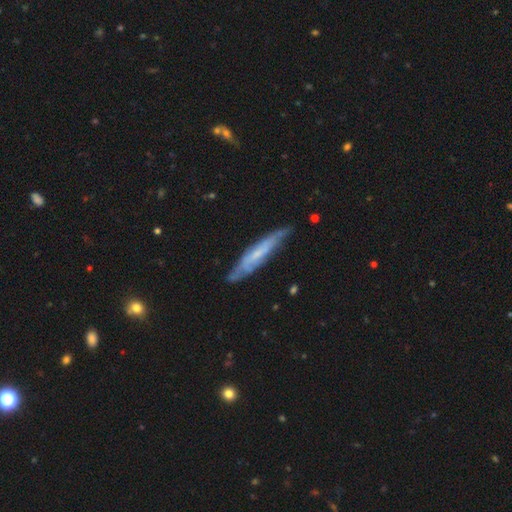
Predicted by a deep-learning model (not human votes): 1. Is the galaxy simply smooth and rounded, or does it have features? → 54% featured or disk, 37% smooth, 9% star or artifact.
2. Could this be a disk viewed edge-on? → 75% yes, 25% no.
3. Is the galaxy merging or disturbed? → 79% none, 16% minor disturbance, 3% major disturbance, 2% merger.